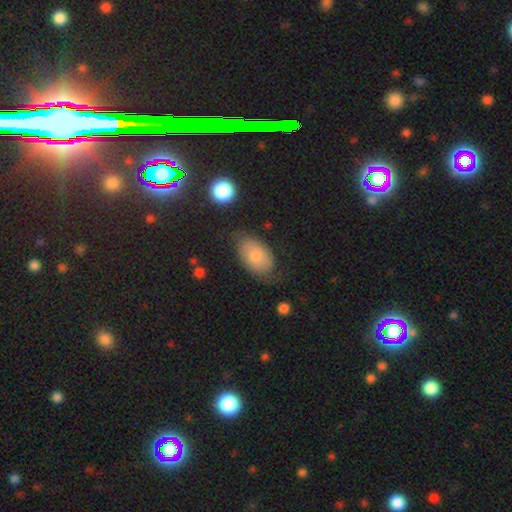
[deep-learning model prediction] smooth_or_featured: smooth (p=0.64) [alt: featured or disk p=0.26]
how_rounded: in between (p=0.90) [alt: round p=0.09]
merging: none (p=0.63) [alt: minor disturbance p=0.26]